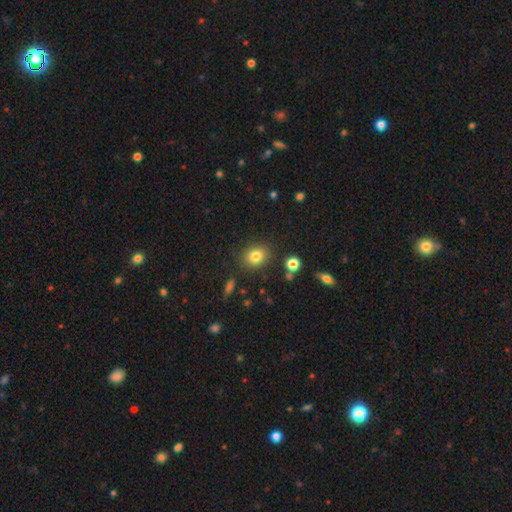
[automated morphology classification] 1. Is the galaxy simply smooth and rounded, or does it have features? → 81% smooth, 11% star or artifact, 7% featured or disk.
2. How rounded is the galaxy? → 63% round, 36% in between, 1% cigar-shaped.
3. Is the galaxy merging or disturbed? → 85% none, 9% minor disturbance, 3% major disturbance, 3% merger.